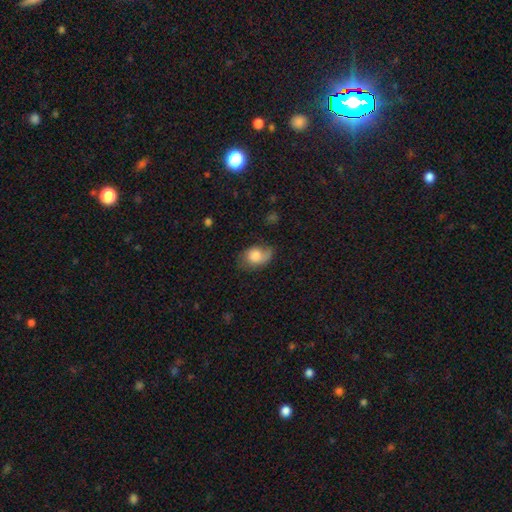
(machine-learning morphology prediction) Overall: smooth (65%; featured or disk 27%). How rounded: in between (72%). Merging: none (51%; minor disturbance 31%).